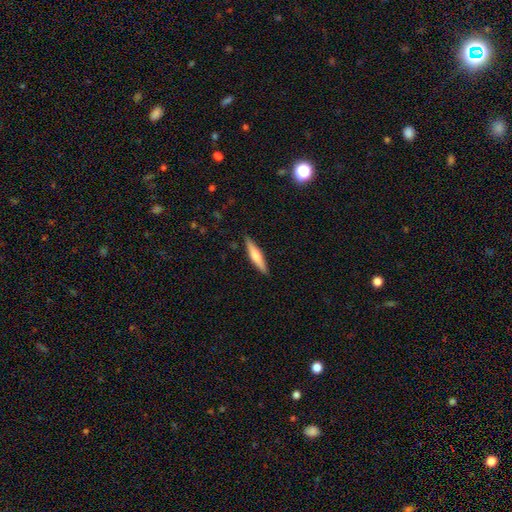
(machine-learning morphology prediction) Smooth or featured? smooth (54%)
How rounded? cigar-shaped (86%)
Merging? none (89%)